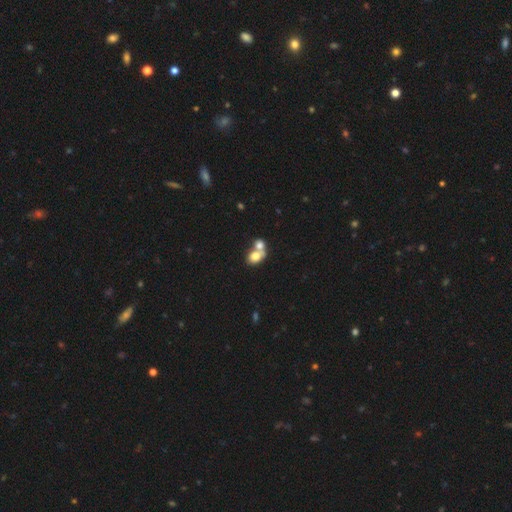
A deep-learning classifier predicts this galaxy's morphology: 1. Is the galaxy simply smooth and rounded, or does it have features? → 74% smooth, 17% featured or disk, 9% star or artifact.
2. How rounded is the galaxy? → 61% in between, 38% round, 1% cigar-shaped.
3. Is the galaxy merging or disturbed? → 66% merger, 23% none, 7% minor disturbance, 4% major disturbance.